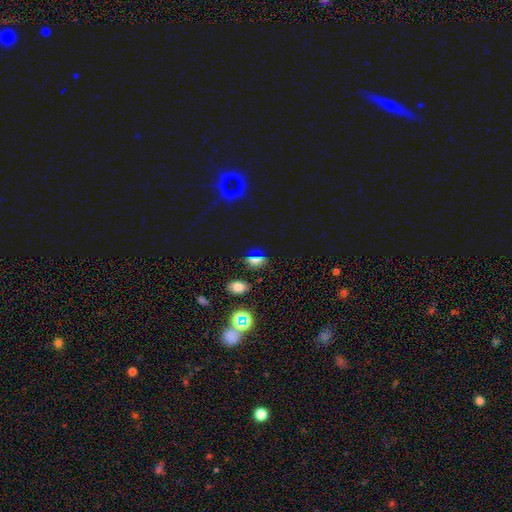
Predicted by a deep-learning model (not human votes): This appears to be a smooth galaxy with no disk features (47%). Merging: none (78%).